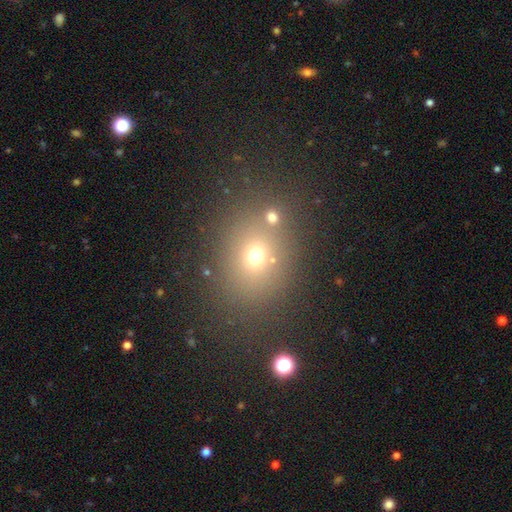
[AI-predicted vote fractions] A smooth galaxy with no disk features (65%) that is round (57%). Merging: none (75%).